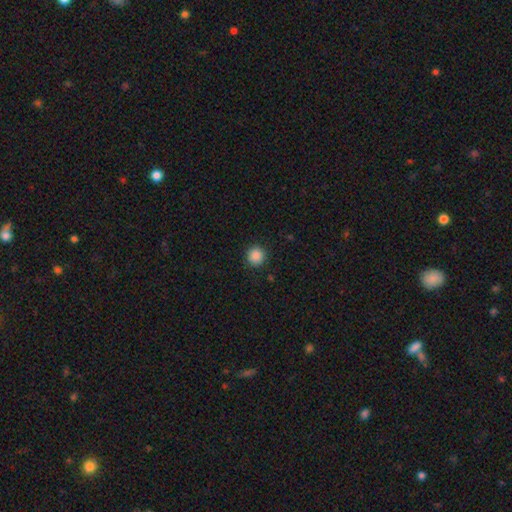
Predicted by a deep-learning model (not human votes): Smooth or featured? smooth (88%)
How rounded? round (94%)
Merging? none (91%)